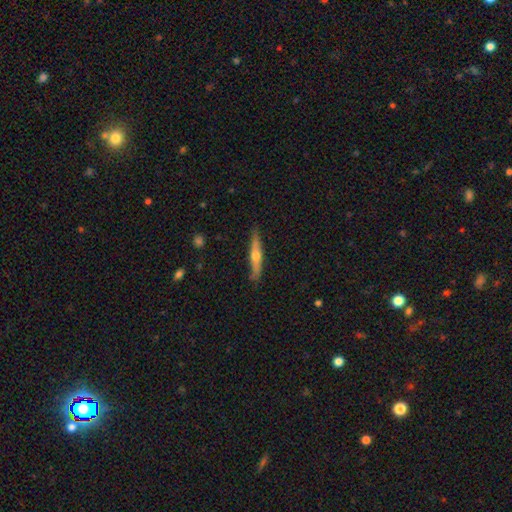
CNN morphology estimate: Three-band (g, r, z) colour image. It shows a featured or disk galaxy (55%) viewed edge-on (94%) with a rounded central bulge (88%). Merging: none (84%).